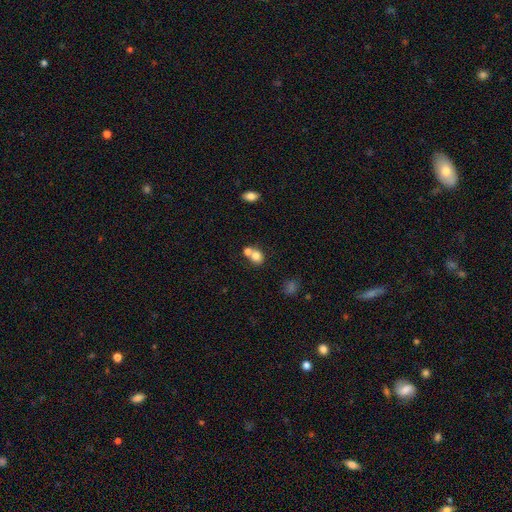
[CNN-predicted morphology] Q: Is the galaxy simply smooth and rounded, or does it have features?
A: smooth — 77%.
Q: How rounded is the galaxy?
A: round — 62%.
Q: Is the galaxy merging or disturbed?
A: merger — 53%.